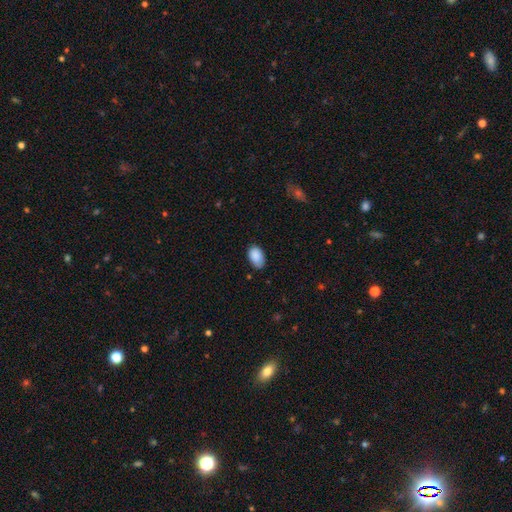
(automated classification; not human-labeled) This is clearly a smooth galaxy (88%). How rounded: clearly in between (92%). Merging: likely none (74%).